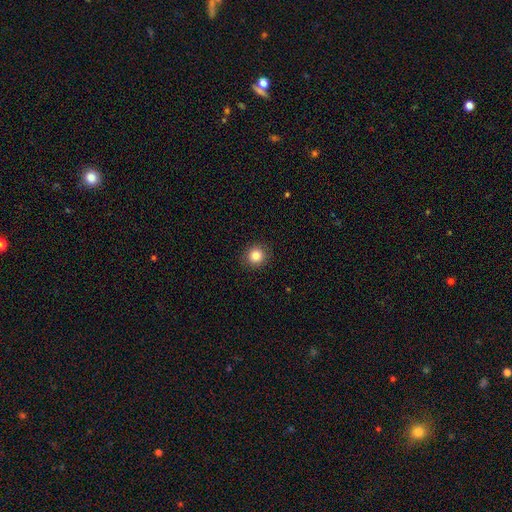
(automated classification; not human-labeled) Smooth or featured? smooth (84%)
How rounded? round (90%)
Merging? none (92%)